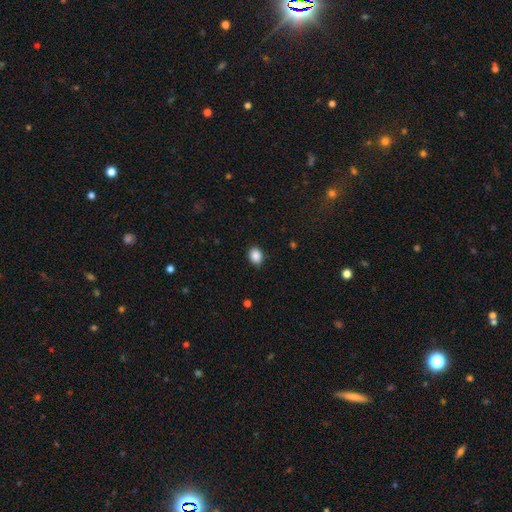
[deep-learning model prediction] The model was most divided on "how rounded": in between: 58%, round: 41%, cigar-shaped: 1%. More confident: smooth or featured — smooth (88%); merging — none (86%).